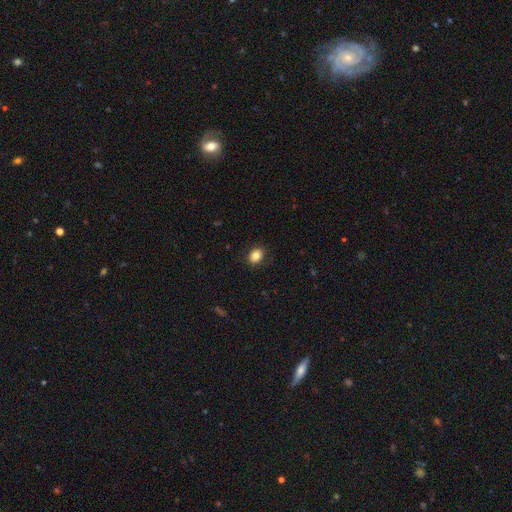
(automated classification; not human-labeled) Smooth or featured?
  - smooth: 83% *
  - star or artifact: 9%
  - featured or disk: 7%
How rounded?
  - in between: 60% *
  - round: 39%
  - cigar-shaped: 1%
Merging?
  - none: 85% *
  - minor disturbance: 11%
  - major disturbance: 3%
  - merger: 1%